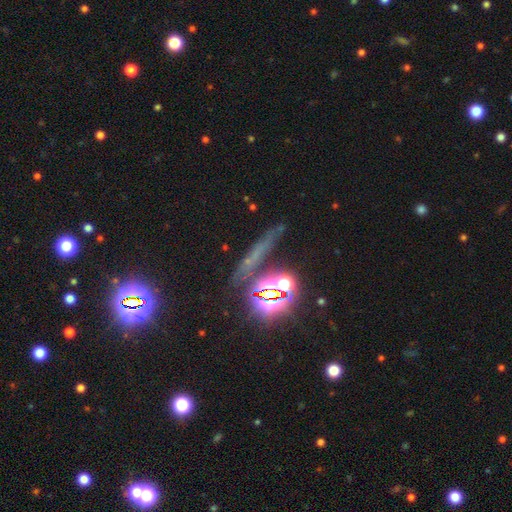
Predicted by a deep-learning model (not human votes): This is possibly a star or artifact rather than a galaxy (57%).